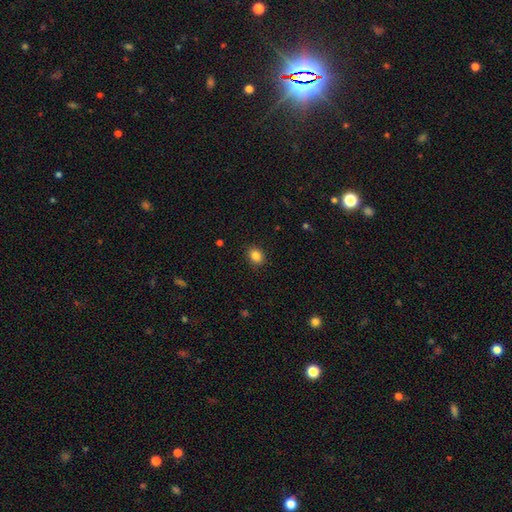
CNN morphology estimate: This is clearly a smooth galaxy (85%). How rounded: possibly round (53%). Merging: clearly none (89%).